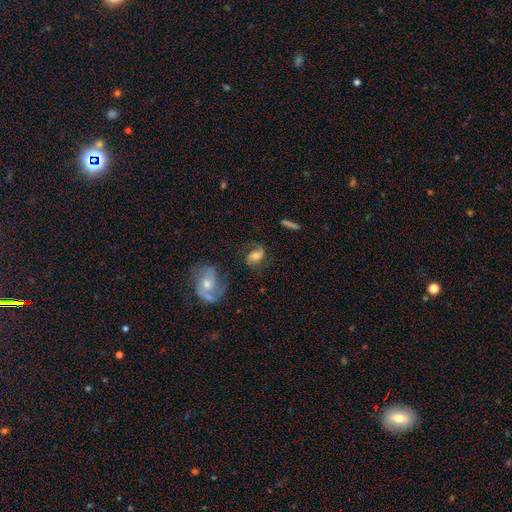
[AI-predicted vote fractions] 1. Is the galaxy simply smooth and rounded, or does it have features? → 68% featured or disk, 23% smooth, 9% star or artifact.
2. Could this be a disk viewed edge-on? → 96% no, 4% yes.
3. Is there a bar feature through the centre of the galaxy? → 52% no, 36% weak, 11% strong.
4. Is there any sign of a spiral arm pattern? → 93% yes, 7% no.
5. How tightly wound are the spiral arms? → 43% medium (tied), 43% loose (tied), 14% tight.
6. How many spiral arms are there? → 79% 2, 13% 1, 5% can't tell, 1% 3, 1% 4, 1% more than 4.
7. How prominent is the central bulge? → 56% moderate, 23% small, 14% large, 4% none, 2% dominant.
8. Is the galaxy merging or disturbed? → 58% none, 20% minor disturbance, 17% major disturbance, 5% merger.